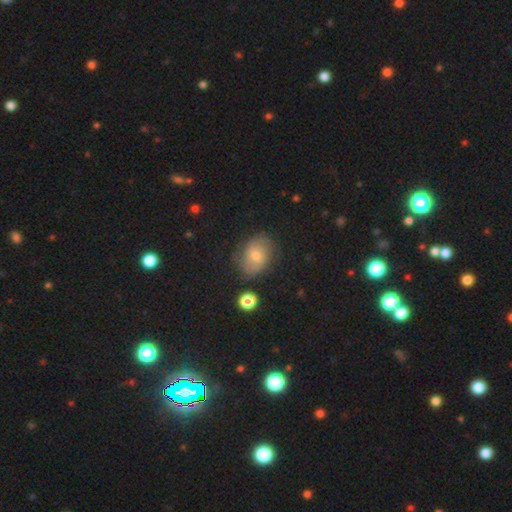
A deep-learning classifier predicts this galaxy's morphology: featured or disk 49%, smooth 40%, star or artifact 11%. Down the decision tree: merging — none (68%).